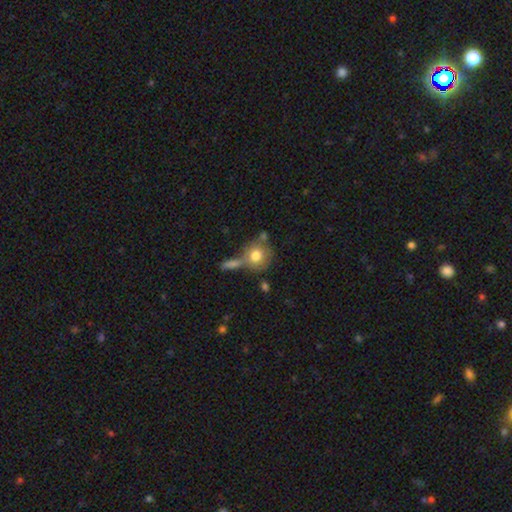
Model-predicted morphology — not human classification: Smooth or featured? Predicted: smooth (p=0.76). How rounded? Predicted: round (p=0.84). Merging? Predicted: none (p=0.52).